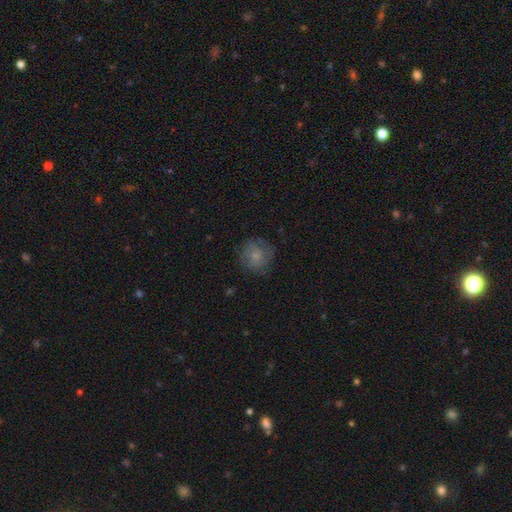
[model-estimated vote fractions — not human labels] Smooth or featured? Predicted: smooth (p=0.69). How rounded? Predicted: round (p=0.89). Merging? Predicted: none (p=0.75).